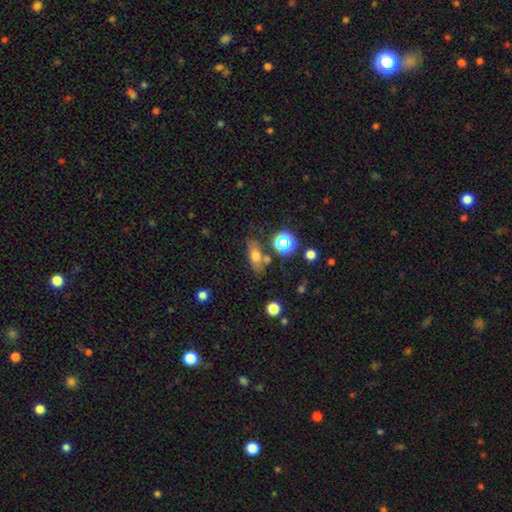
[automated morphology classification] This appears to be a smooth galaxy with no disk features (65%) that is in between round and cigar-shaped (65%). Merging: none (69%).